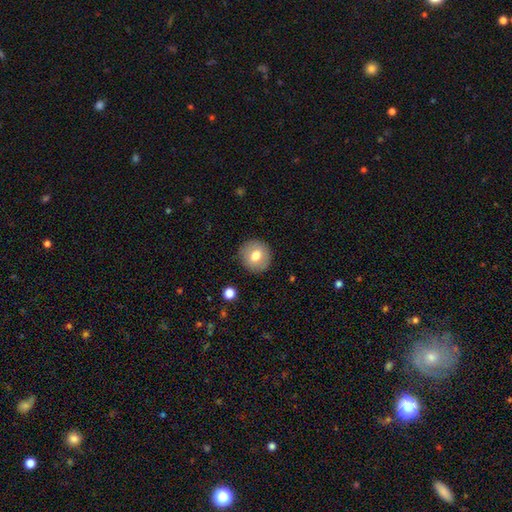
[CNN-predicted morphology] Q: Smooth or featured?
A: smooth (72%); runner-up: featured or disk (20%)
Q: How rounded?
A: round (90%); runner-up: in between (9%)
Q: Merging?
A: none (89%); runner-up: minor disturbance (7%)